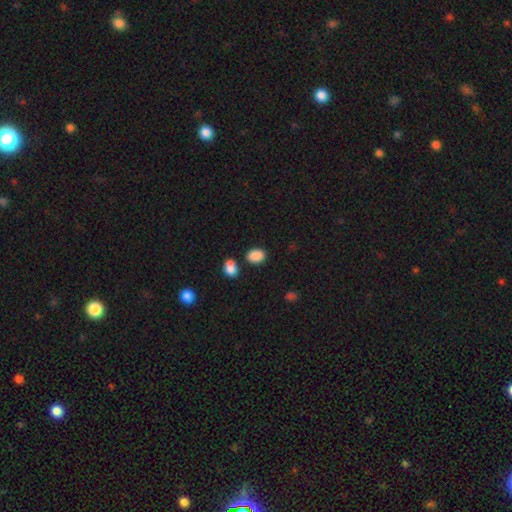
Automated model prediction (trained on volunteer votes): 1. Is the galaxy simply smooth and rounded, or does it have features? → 87% smooth, 9% star or artifact, 4% featured or disk.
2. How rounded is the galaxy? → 71% in between, 28% round, 1% cigar-shaped.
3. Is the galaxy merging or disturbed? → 74% none, 12% minor disturbance, 11% merger, 3% major disturbance.